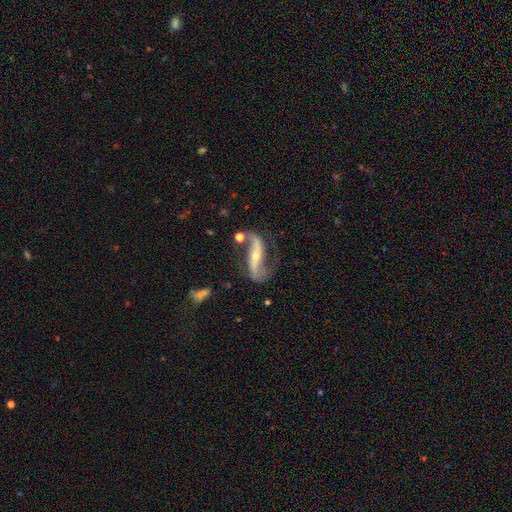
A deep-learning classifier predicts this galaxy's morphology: Overall: featured or disk (86%). Edge-on disk: no (88%). Bar: strong (52%; no 28%). Spiral arms: yes (94%). Spiral arm count: 2 (90%). Spiral winding: loose (75%). Bulge size: small (59%; moderate 36%). Merging: none (62%).